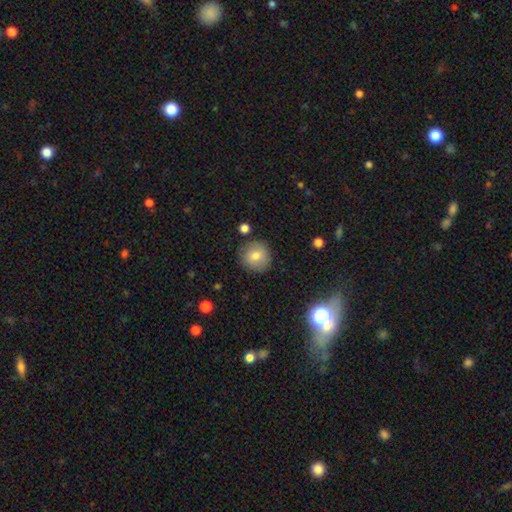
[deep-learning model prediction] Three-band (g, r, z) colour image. It shows a smooth galaxy with no disk features (77%) that is round (93%). Merging: none (84%).